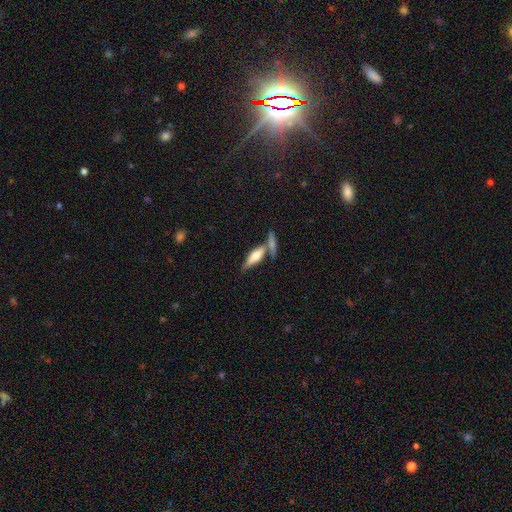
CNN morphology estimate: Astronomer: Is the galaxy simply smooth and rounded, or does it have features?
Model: smooth — 55% (runner-up: featured or disk, 38%).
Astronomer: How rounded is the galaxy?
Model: cigar-shaped — 50% (runner-up: in between, 47%).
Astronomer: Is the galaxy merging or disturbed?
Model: none — 49% (runner-up: merger, 35%).